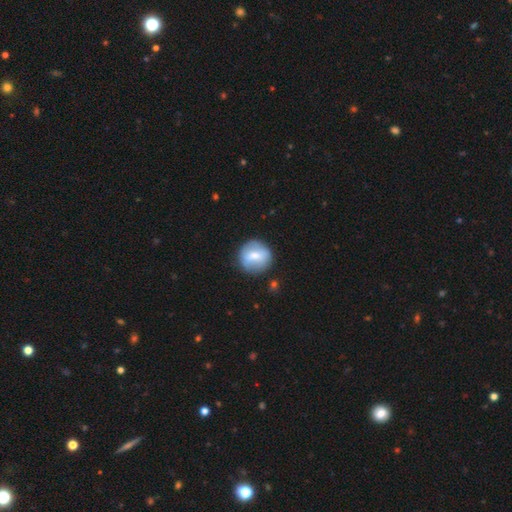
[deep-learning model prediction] smooth-or-featured: smooth: 61% | featured or disk: 32% | star or artifact: 7%
  how-rounded: round: 91% | in between: 8% | cigar-shaped: 1%
  merging: none: 81% | minor disturbance: 13% | major disturbance: 4% | merger: 2%